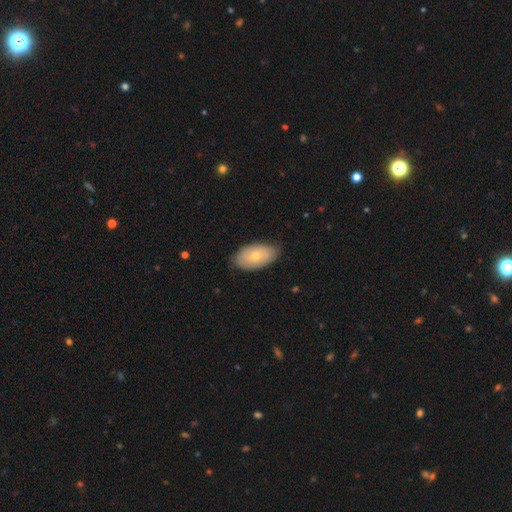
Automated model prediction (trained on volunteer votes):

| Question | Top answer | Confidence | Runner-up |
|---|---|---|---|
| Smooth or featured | smooth | 67% | featured or disk (27%) |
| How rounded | in between | 94% | round (4%) |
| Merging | none | 79% | minor disturbance (17%) |